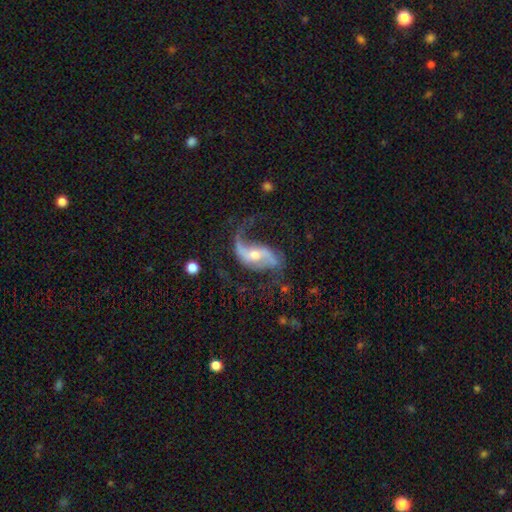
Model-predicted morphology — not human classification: featured or disk 89%, smooth 6%, star or artifact 5%. Down the decision tree: edge-on disk — no (96%); bar — weak (38%); spiral arms — yes (96%); spiral arm count — 2 (86%); spiral winding — loose (72%); bulge size — moderate (57%); merging — none (58%).